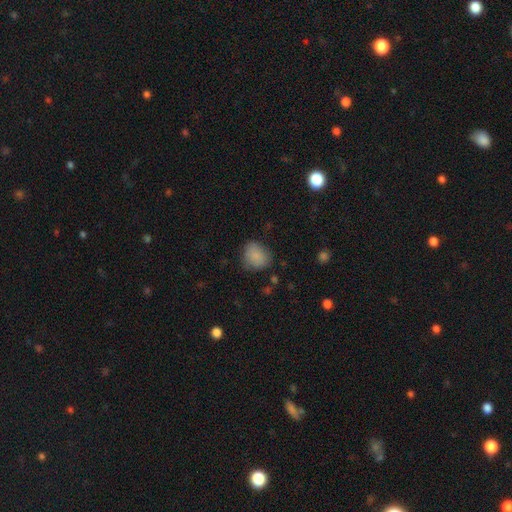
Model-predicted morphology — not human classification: Smooth or featured?
  - smooth: 85% *
  - star or artifact: 9%
  - featured or disk: 7%
How rounded?
  - round: 61% *
  - in between: 38%
  - cigar-shaped: 1%
Merging?
  - none: 69% *
  - minor disturbance: 23%
  - major disturbance: 6%
  - merger: 2%